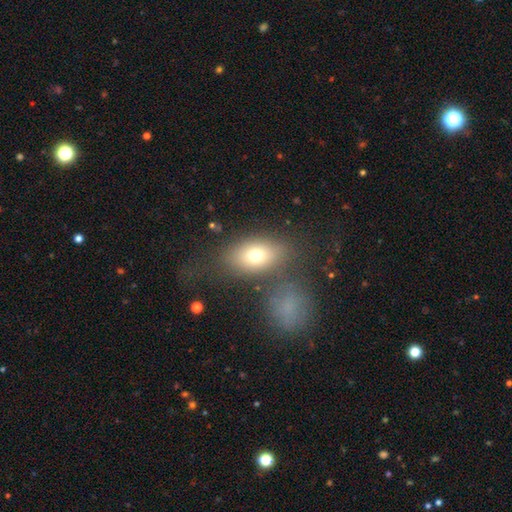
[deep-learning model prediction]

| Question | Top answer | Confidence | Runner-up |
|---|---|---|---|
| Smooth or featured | smooth | 72% | featured or disk (17%) |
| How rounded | in between | 81% | round (16%) |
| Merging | none | 64% | minor disturbance (15%) |